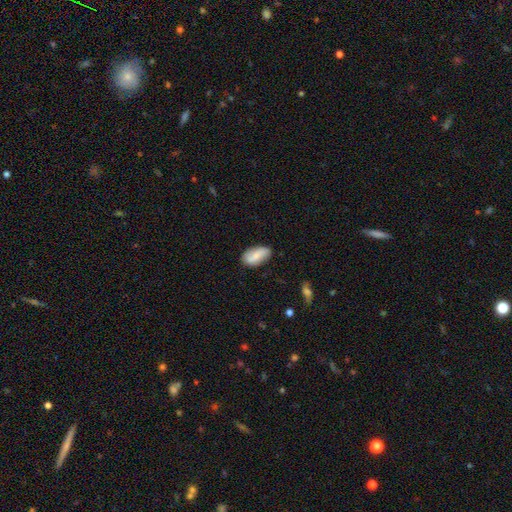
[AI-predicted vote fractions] smooth-or-featured: smooth: 72% | featured or disk: 21% | star or artifact: 7%
  how-rounded: in between: 91% | cigar-shaped: 6% | round: 3%
  merging: none: 77% | minor disturbance: 18% | major disturbance: 3% | merger: 2%